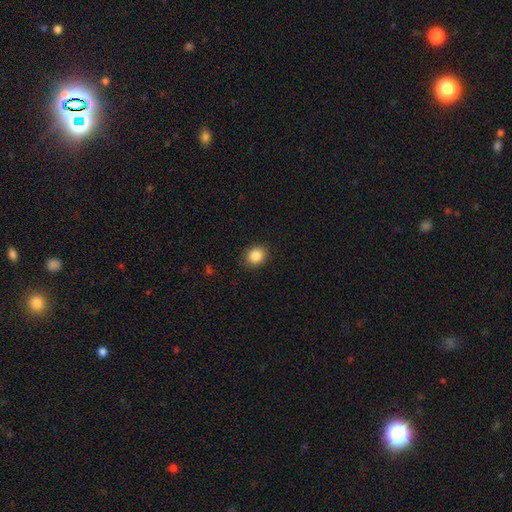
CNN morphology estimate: This is clearly a smooth galaxy (87%). How rounded: possibly round (60%). Merging: clearly none (88%).